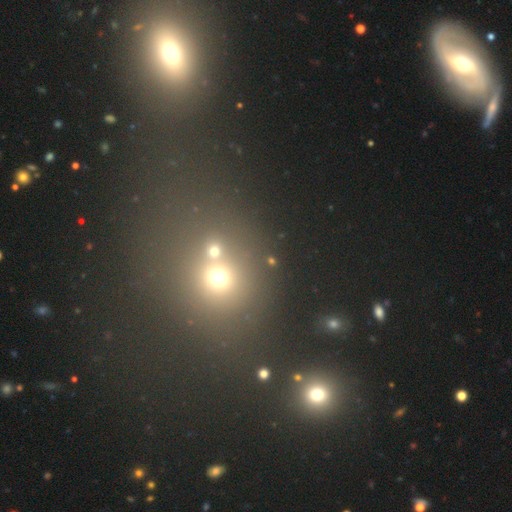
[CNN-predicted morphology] This appears to be a smooth galaxy with no disk features (49%). Merging: none (55%).